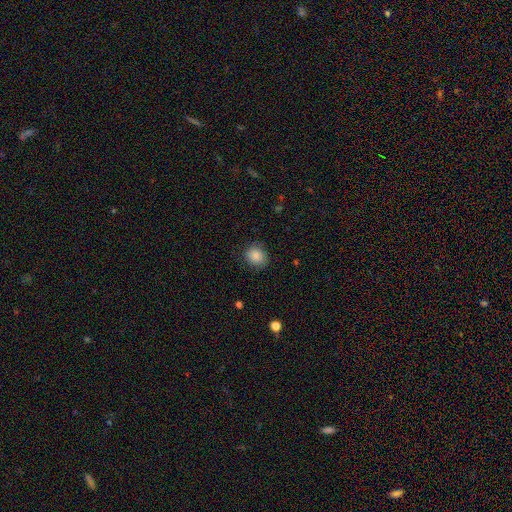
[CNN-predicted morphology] type=smooth (86%); roundness=round (73%); merging=none (81%).